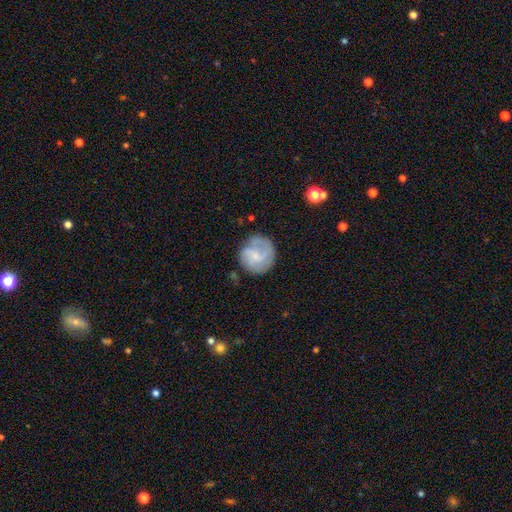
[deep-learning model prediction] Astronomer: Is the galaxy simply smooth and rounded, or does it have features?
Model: featured or disk — 53% (runner-up: smooth, 41%).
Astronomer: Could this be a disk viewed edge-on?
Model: no — 98%.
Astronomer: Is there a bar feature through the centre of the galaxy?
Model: no — 51% (runner-up: weak, 41%).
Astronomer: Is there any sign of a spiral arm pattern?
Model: yes — 79%.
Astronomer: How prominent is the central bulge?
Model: small — 57%.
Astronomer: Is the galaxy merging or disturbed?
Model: none — 66%.